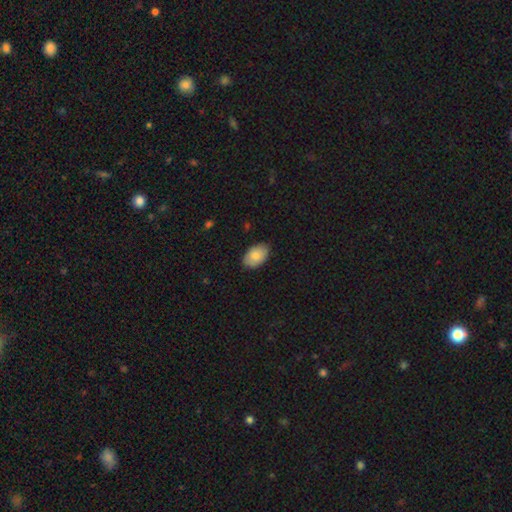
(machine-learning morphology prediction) A smooth galaxy with no disk features (86%) that is in between round and cigar-shaped (91%).

Vote fractions:
- Smooth or featured? smooth: 86% / featured or disk: 8% / star or artifact: 6%
- How rounded? in between: 91% / round: 8% / cigar-shaped: 1%
- Merging? none: 86% / minor disturbance: 11% / major disturbance: 2% / merger: 1%